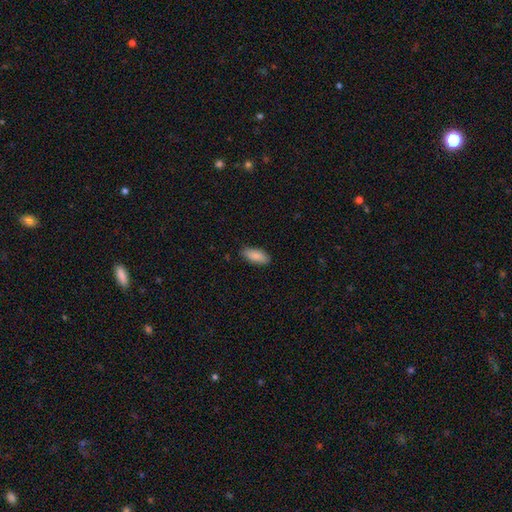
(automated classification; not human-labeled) Smooth or featured?
  - smooth: 88% *
  - featured or disk: 6%
  - star or artifact: 6%
How rounded?
  - in between: 83% *
  - cigar-shaped: 15%
  - round: 2%
Merging?
  - none: 85% *
  - minor disturbance: 12%
  - major disturbance: 2%
  - merger: 1%